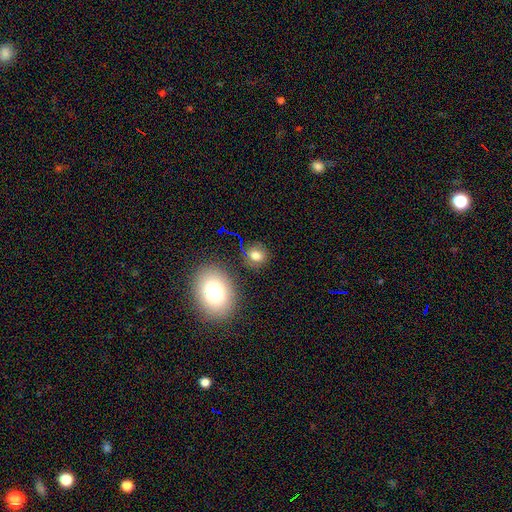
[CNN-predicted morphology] A smooth galaxy with no disk features (75%) that is round (69%). Merging: none (80%).